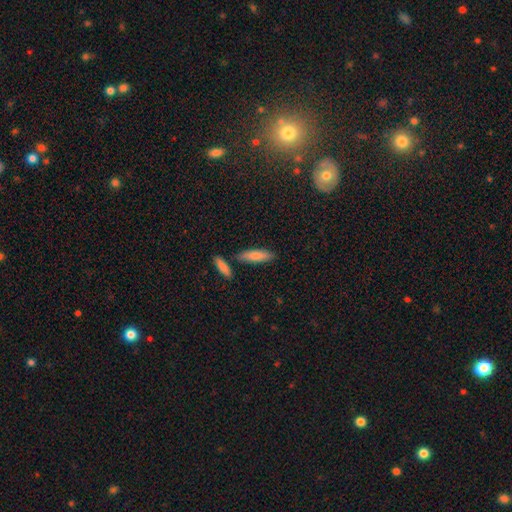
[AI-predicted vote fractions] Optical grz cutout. It shows a smooth galaxy with no disk features (82%) that is cigar-shaped (60%). Merging: none (79%).